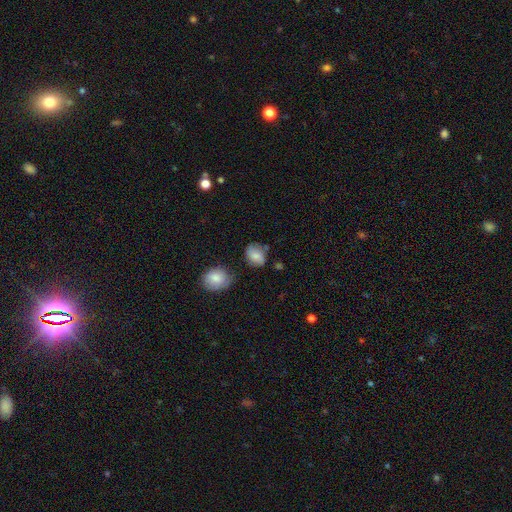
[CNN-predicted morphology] This is likely a smooth galaxy (79%). How rounded: possibly in between (59%). Merging: likely none (62%).